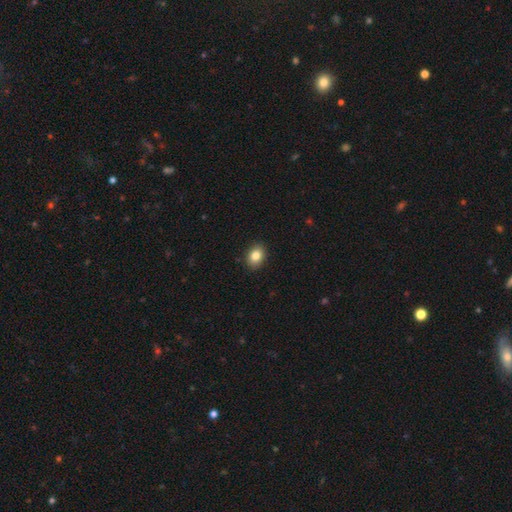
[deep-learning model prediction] This is clearly a smooth galaxy (84%). How rounded: likely in between (73%). Merging: clearly none (89%).